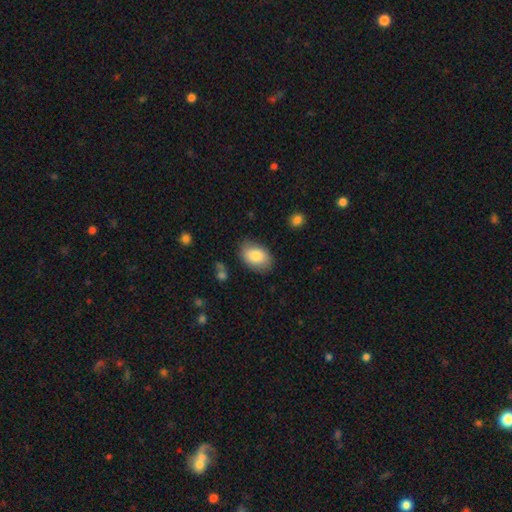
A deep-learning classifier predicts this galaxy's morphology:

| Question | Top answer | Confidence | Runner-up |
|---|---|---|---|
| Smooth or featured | smooth | 82% | featured or disk (11%) |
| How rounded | in between | 88% | round (10%) |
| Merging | none | 79% | minor disturbance (16%) |